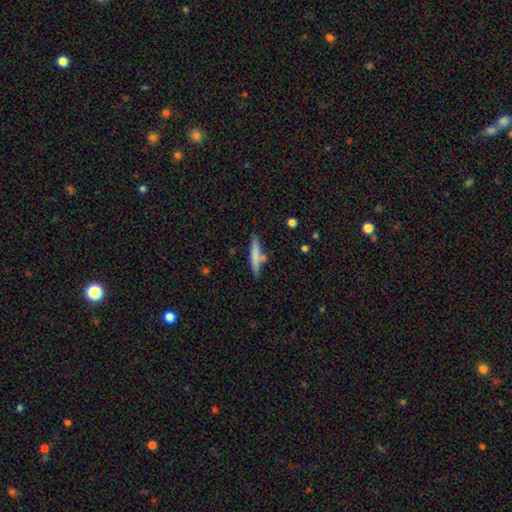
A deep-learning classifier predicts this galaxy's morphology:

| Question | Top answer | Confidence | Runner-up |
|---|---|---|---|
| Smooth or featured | smooth | 71% | featured or disk (23%) |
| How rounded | cigar-shaped | 88% | in between (11%) |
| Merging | none | 71% | minor disturbance (15%) |